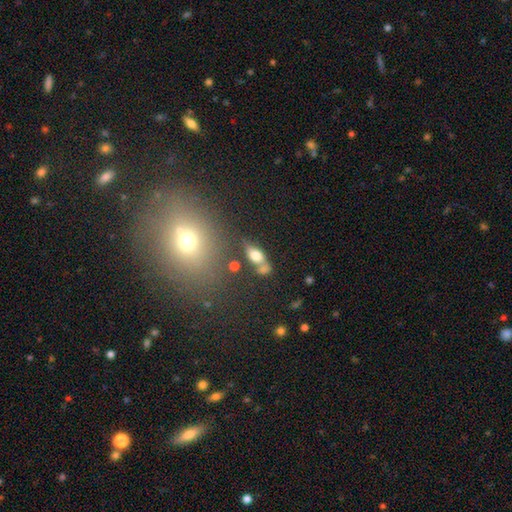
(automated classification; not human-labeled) Smooth or featured: smooth — 66% (featured or disk — 23%)
How rounded: in between — 76% (cigar-shaped — 14%)
Merging: none — 43% (merger — 30%)